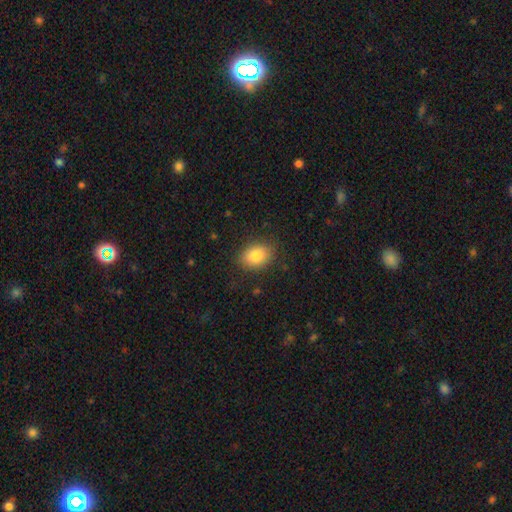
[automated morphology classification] Smooth or featured: smooth — 83% (star or artifact — 9%)
How rounded: in between — 73% (round — 26%)
Merging: none — 84% (minor disturbance — 11%)